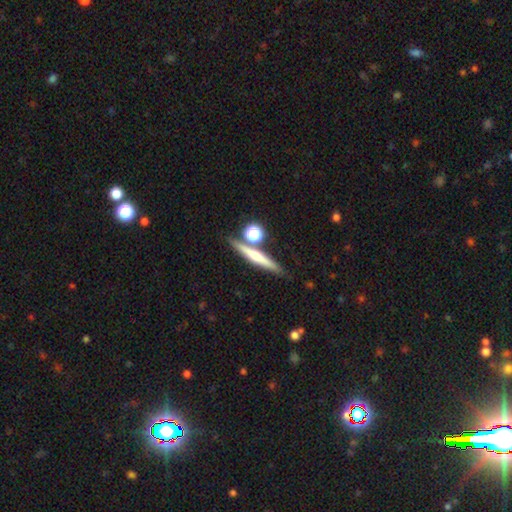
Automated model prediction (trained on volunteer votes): The model was most divided on "smooth or featured": featured or disk: 47%, smooth: 44%, star or artifact: 9%. More confident: merging — none (74%).